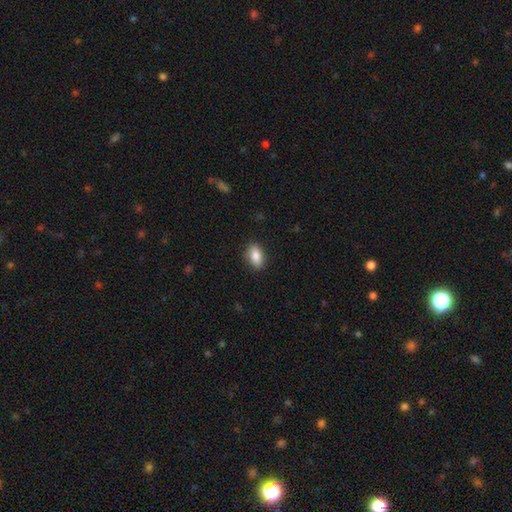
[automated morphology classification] This is clearly a smooth galaxy (85%). How rounded: clearly in between (88%). Merging: clearly none (87%).